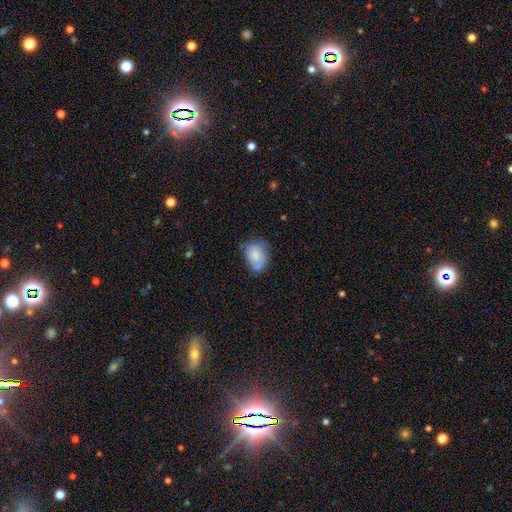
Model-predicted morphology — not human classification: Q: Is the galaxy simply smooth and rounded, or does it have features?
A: smooth — 69%.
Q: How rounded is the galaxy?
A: in between — 64%.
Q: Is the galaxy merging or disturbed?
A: none — 45%.